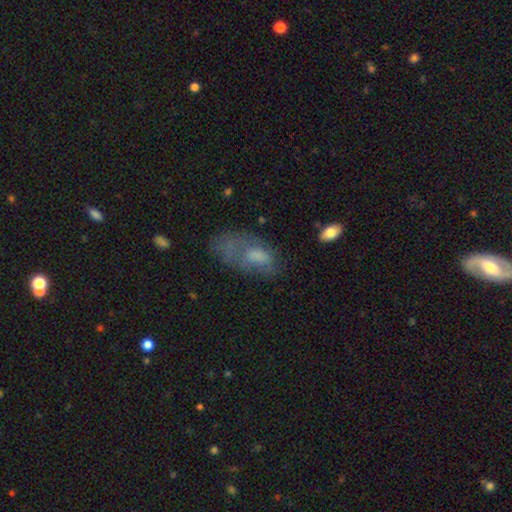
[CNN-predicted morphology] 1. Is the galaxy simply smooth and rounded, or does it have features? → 53% smooth, 36% featured or disk, 11% star or artifact.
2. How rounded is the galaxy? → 89% in between, 7% round, 4% cigar-shaped.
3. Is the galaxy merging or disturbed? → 38% major disturbance, 33% none, 25% minor disturbance, 4% merger.